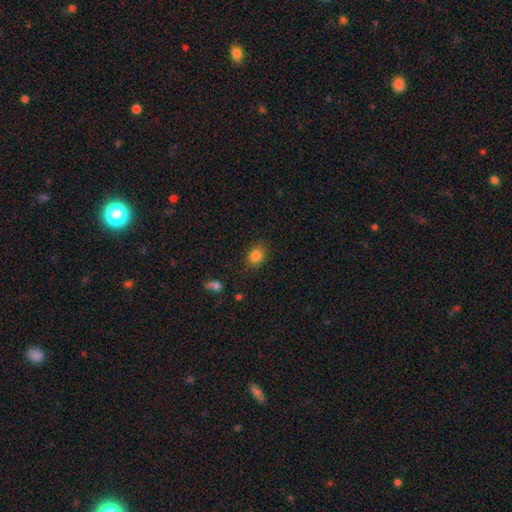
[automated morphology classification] Q: Smooth or featured?
A: smooth (83%); runner-up: star or artifact (11%)
Q: How rounded?
A: in between (51%); runner-up: round (48%)
Q: Merging?
A: none (85%); runner-up: minor disturbance (10%)